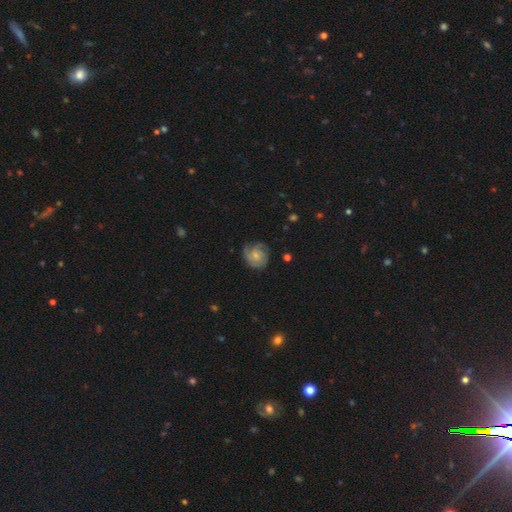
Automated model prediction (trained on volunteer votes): A featured or disk galaxy (70%) with no bar (75%), 3 (36%) tight (55%) spiral arms (94%) and a small central bulge (65%). Merging: none (70%).